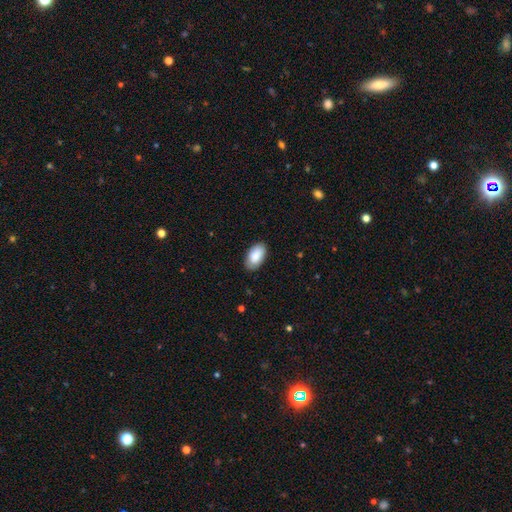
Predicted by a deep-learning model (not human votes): Overall: smooth (88%). How rounded: in between (96%). Merging: none (84%).